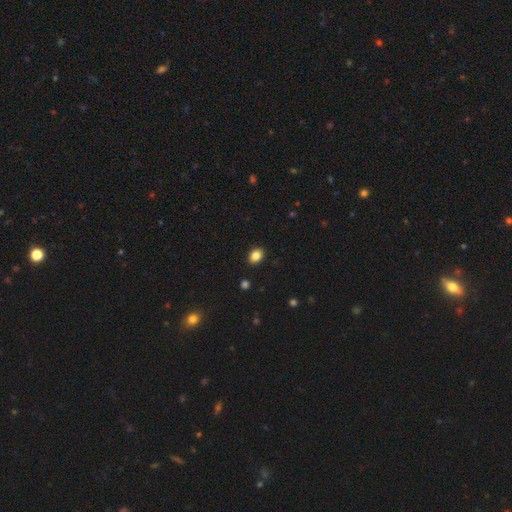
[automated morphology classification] Smooth or featured: smooth — 86% (star or artifact — 10%)
How rounded: in between — 63% (round — 36%)
Merging: none — 90% (minor disturbance — 7%)